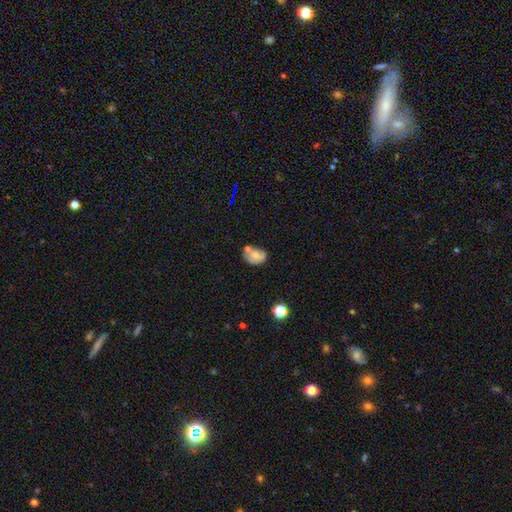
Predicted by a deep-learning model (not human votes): Smooth or featured: smooth — 65% (featured or disk — 24%)
How rounded: in between — 72% (round — 26%)
Merging: none — 40% (minor disturbance — 25%)